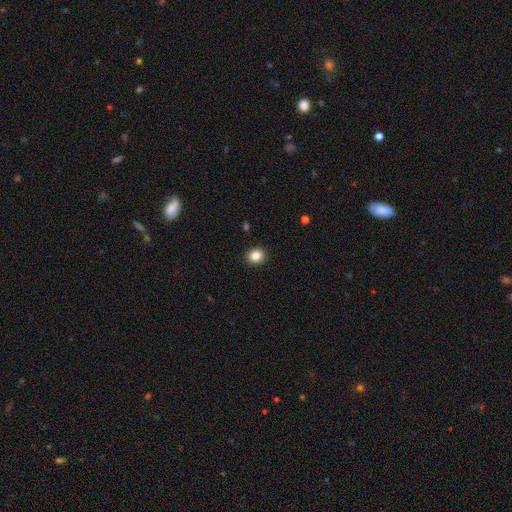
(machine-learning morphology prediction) type=smooth (84%); roundness=round (81%); merging=none (92%).